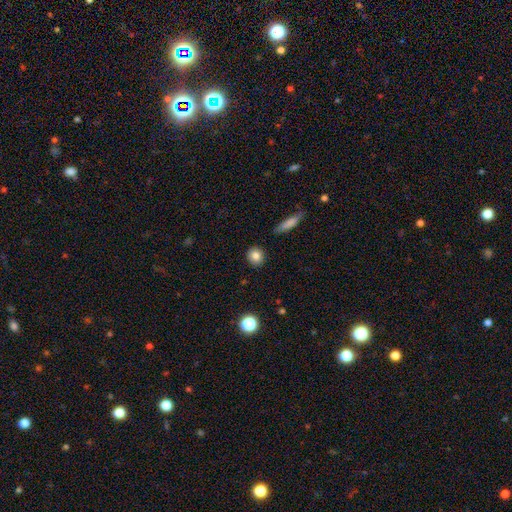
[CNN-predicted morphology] Smooth or featured? Predicted: smooth (p=0.82). How rounded? Predicted: round (p=0.84). Merging? Predicted: none (p=0.89).